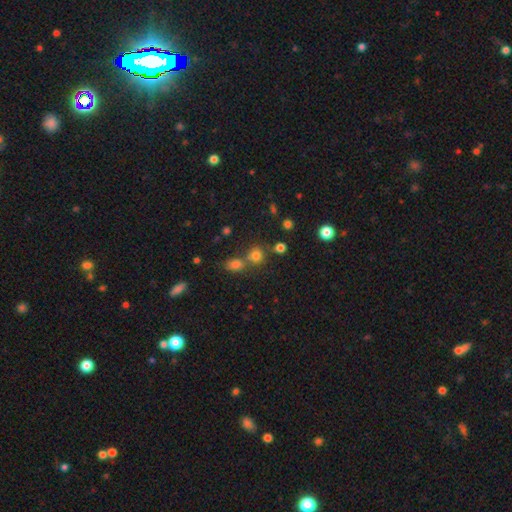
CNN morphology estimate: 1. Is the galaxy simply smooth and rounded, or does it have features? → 75% smooth, 17% star or artifact, 7% featured or disk.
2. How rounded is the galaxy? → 81% round, 18% in between, 1% cigar-shaped.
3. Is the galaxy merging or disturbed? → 59% none, 28% merger, 9% minor disturbance, 4% major disturbance.